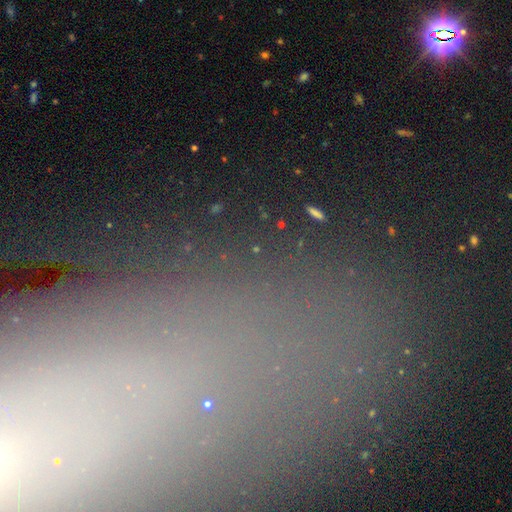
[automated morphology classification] Overall: star or artifact (56%; smooth 23%).